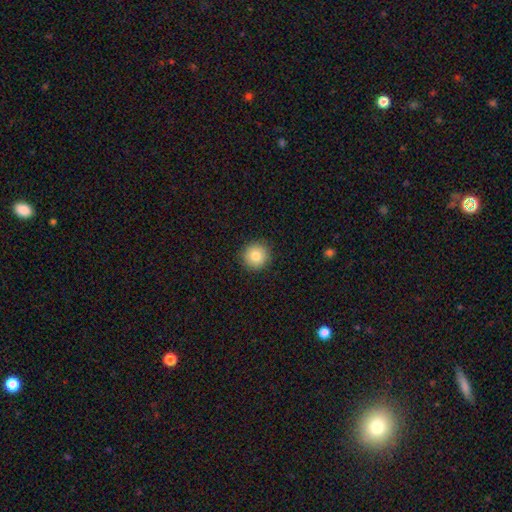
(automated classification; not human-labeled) Smooth or featured? Predicted: smooth (p=0.81). How rounded? Predicted: round (p=0.94). Merging? Predicted: none (p=0.91).